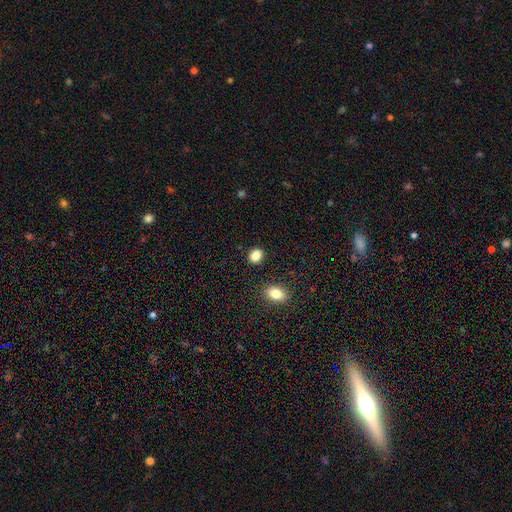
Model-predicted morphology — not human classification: Smooth or featured? Predicted: smooth (p=0.85). How rounded? Predicted: round (p=0.59). Merging? Predicted: none (p=0.89).